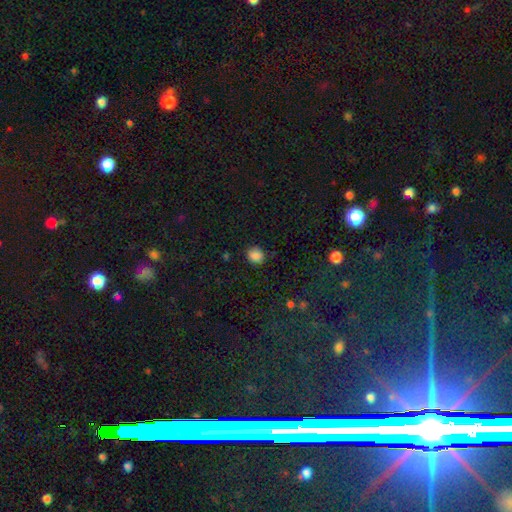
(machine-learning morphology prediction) This is clearly a smooth galaxy (86%). How rounded: clearly round (82%). Merging: clearly none (87%).